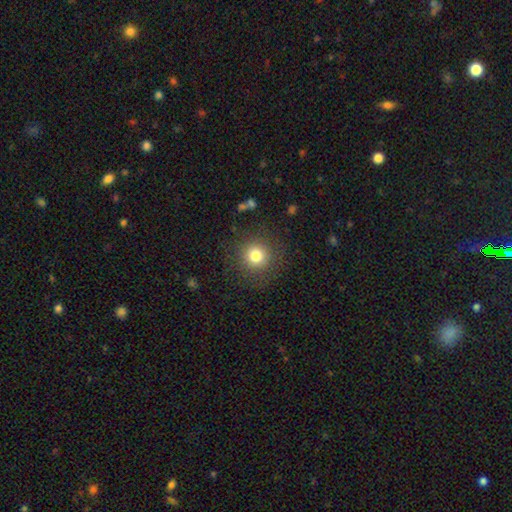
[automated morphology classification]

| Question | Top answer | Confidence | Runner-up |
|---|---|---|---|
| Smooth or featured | smooth | 79% | star or artifact (13%) |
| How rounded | round | 95% | in between (4%) |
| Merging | none | 87% | minor disturbance (8%) |